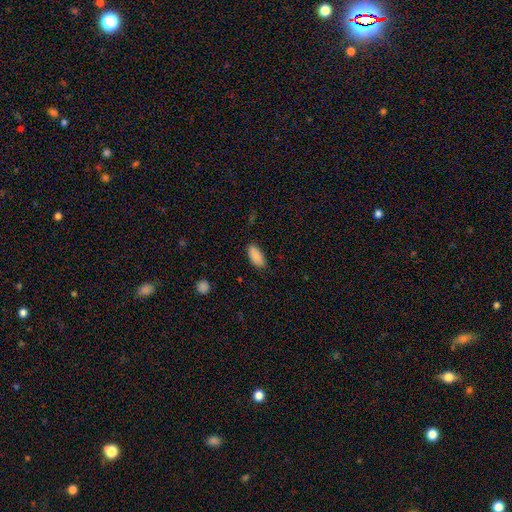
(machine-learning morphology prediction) This appears to be a smooth galaxy with no disk features (89%) that is in between round and cigar-shaped (91%). Merging: none (83%).